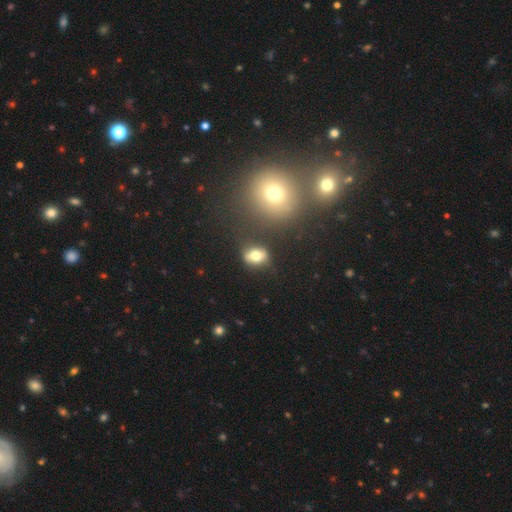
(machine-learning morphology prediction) Smooth or featured?
  - smooth: 65% *
  - featured or disk: 24%
  - star or artifact: 12%
How rounded?
  - in between: 64% *
  - round: 32%
  - cigar-shaped: 4%
Merging?
  - none: 71% *
  - minor disturbance: 17%
  - merger: 7%
  - major disturbance: 6%